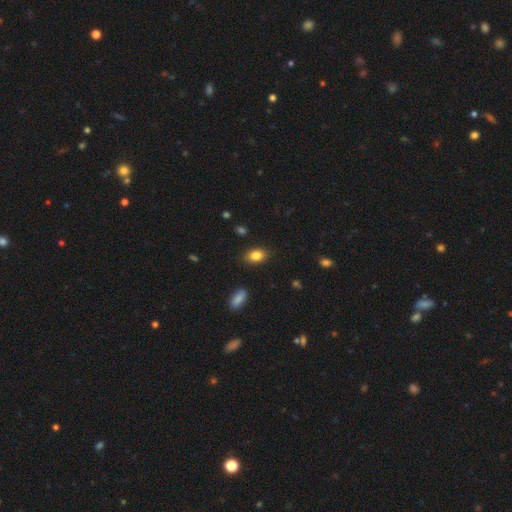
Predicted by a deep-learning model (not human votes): A smooth galaxy with no disk features (85%) that is in between round and cigar-shaped (83%).

Vote fractions:
- Smooth or featured? smooth: 85% / star or artifact: 9% / featured or disk: 6%
- How rounded? in between: 83% / round: 16% / cigar-shaped: 2%
- Merging? none: 86% / minor disturbance: 10% / major disturbance: 3% / merger: 1%